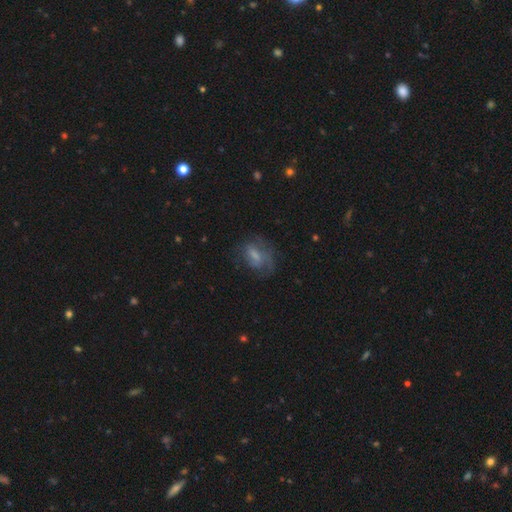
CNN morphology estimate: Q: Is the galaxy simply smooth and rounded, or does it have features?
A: smooth — 50%.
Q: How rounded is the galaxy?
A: in between — 74%.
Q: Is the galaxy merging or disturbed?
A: none — 51%.